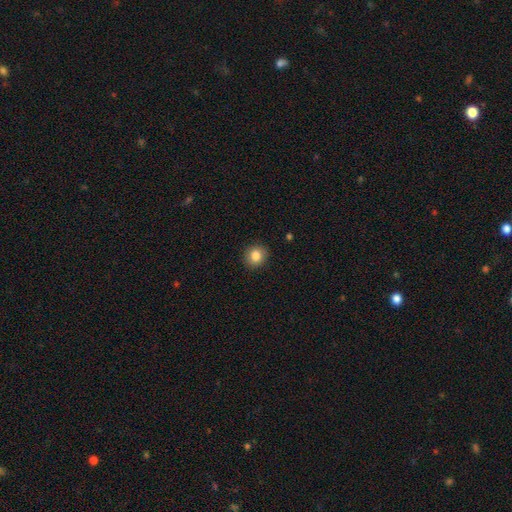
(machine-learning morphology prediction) A smooth galaxy with no disk features (85%) that is round (82%).

Vote fractions:
- Smooth or featured? smooth: 85% / star or artifact: 9% / featured or disk: 6%
- How rounded? round: 82% / in between: 18% / cigar-shaped: 1%
- Merging? none: 90% / minor disturbance: 7% / major disturbance: 2% / merger: 1%